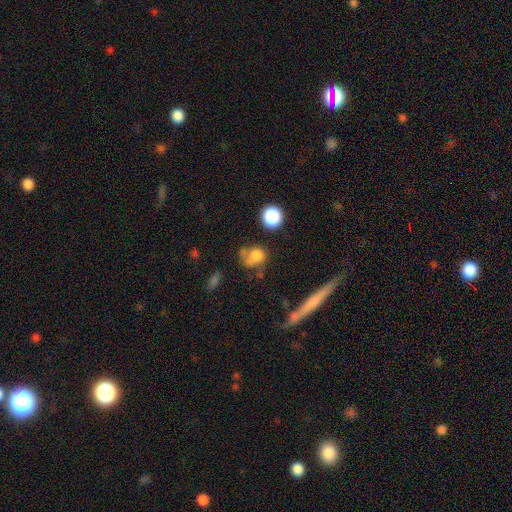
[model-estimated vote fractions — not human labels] Morphology: type=smooth (68%); roundness=round (61%); merging=none (38%).